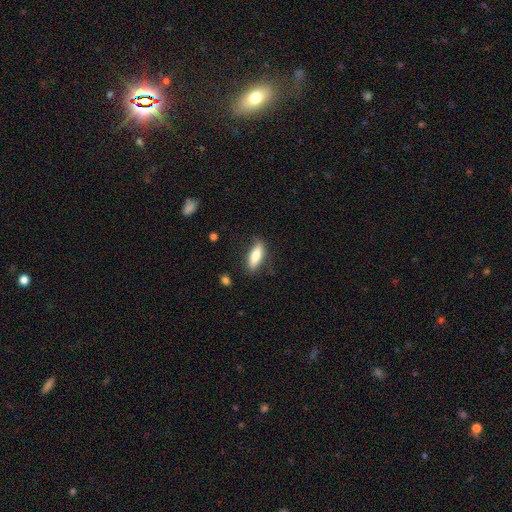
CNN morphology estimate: This is likely a smooth galaxy (72%). How rounded: likely in between (62%). Merging: clearly none (80%).